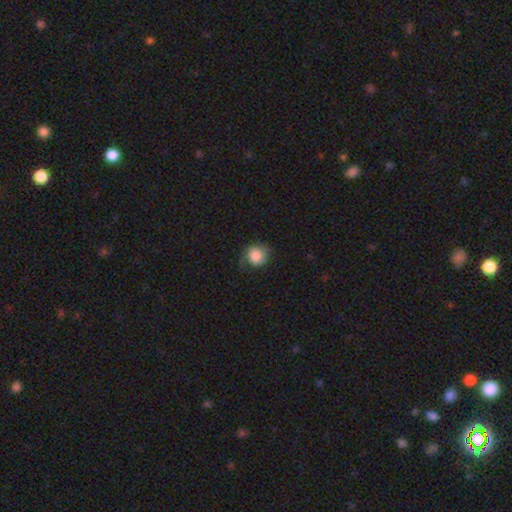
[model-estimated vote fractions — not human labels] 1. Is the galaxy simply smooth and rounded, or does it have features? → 74% smooth, 18% featured or disk, 8% star or artifact.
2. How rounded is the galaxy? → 82% round, 18% in between, 1% cigar-shaped.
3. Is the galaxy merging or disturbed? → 58% none, 26% minor disturbance, 14% major disturbance, 1% merger.